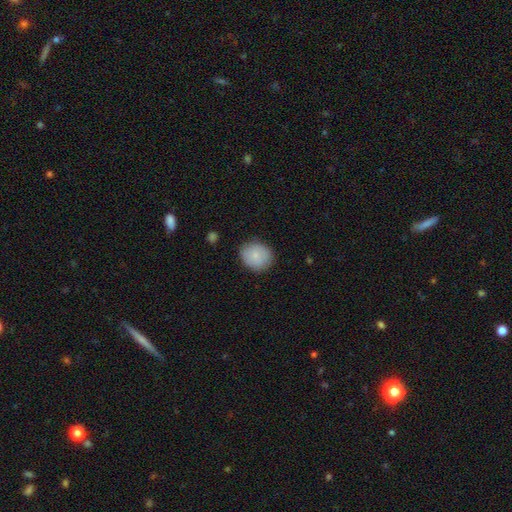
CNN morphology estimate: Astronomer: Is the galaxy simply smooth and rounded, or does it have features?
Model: smooth — 84%.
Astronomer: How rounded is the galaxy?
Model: round — 73%.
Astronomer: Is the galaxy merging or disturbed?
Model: none — 83%.